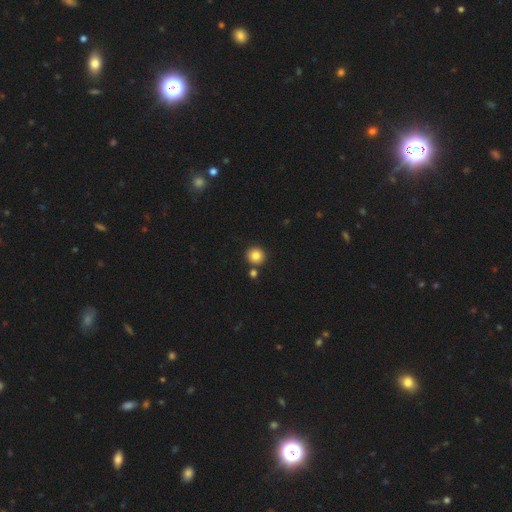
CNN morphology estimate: smooth-or-featured: smooth: 84% | star or artifact: 10% | featured or disk: 6%
  how-rounded: round: 92% | in between: 7% | cigar-shaped: 1%
  merging: none: 82% | merger: 10% | minor disturbance: 6% | major disturbance: 2%